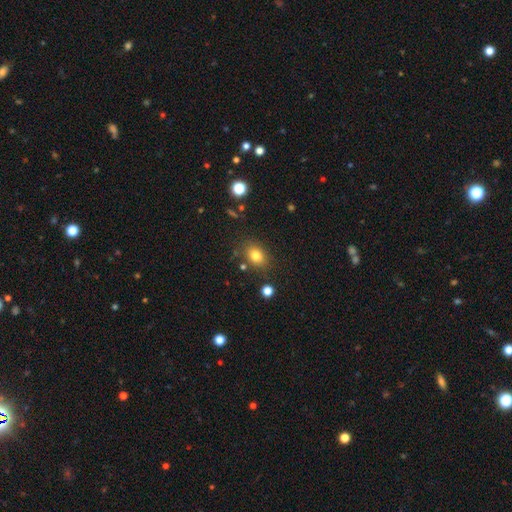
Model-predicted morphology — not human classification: Smooth or featured?
  - smooth: 79% *
  - star or artifact: 12%
  - featured or disk: 9%
How rounded?
  - in between: 61% *
  - round: 37%
  - cigar-shaped: 1%
Merging?
  - none: 79% *
  - minor disturbance: 12%
  - merger: 4%
  - major disturbance: 4%